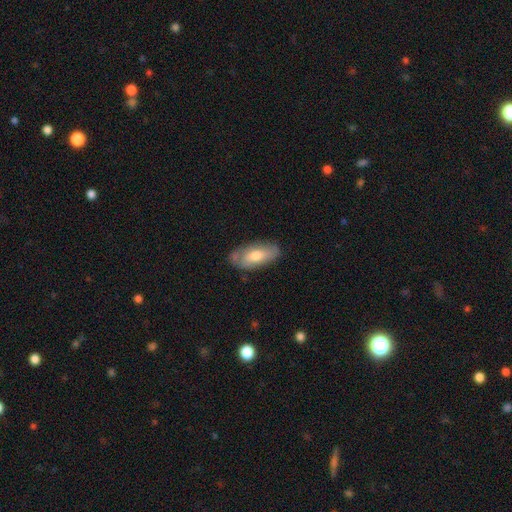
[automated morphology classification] A smooth galaxy with no disk features (56%) that is in between round and cigar-shaped (85%).

Vote fractions:
- Smooth or featured? smooth: 56% / featured or disk: 37% / star or artifact: 7%
- How rounded? in between: 85% / cigar-shaped: 13% / round: 3%
- Merging? none: 75% / minor disturbance: 19% / major disturbance: 4% / merger: 2%